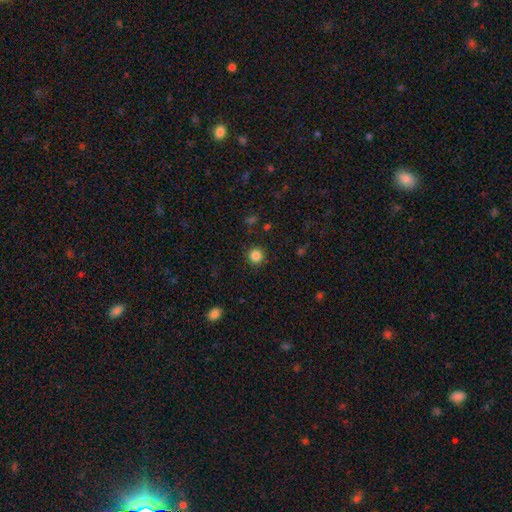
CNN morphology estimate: Smooth or featured? Predicted: smooth (p=0.85). How rounded? Predicted: round (p=0.95). Merging? Predicted: none (p=0.91).